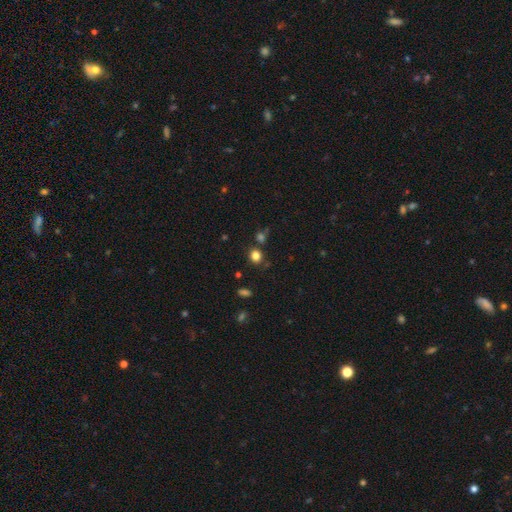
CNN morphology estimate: type=smooth (80%); roundness=round (76%); merging=none (79%).